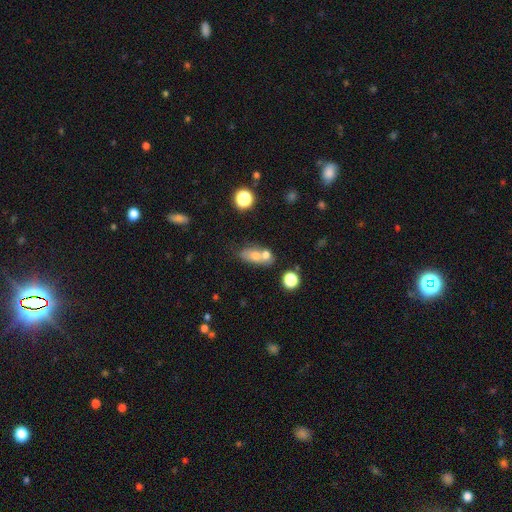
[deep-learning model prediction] Smooth or featured? Predicted: smooth (p=0.67). How rounded? Predicted: in between (p=0.70). Merging? Predicted: merger (p=0.49).